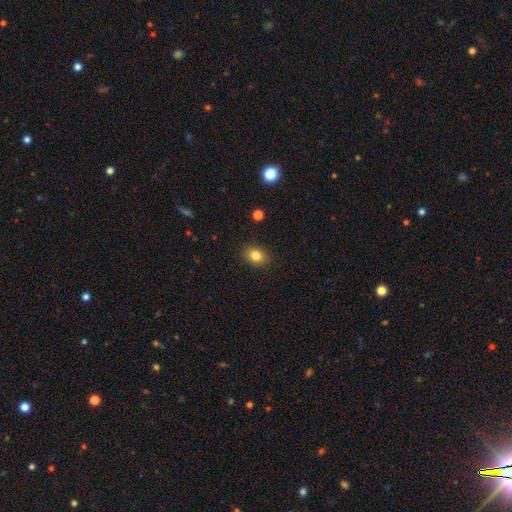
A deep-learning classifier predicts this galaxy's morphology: type=smooth (83%); roundness=round (52%); merging=none (89%).